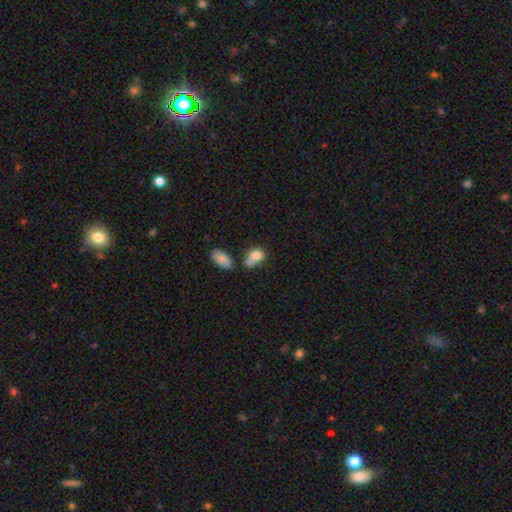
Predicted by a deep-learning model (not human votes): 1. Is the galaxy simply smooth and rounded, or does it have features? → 79% smooth, 13% featured or disk, 9% star or artifact.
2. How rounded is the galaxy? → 70% in between, 27% round, 3% cigar-shaped.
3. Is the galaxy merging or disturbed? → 38% merger, 28% none, 20% minor disturbance, 14% major disturbance.